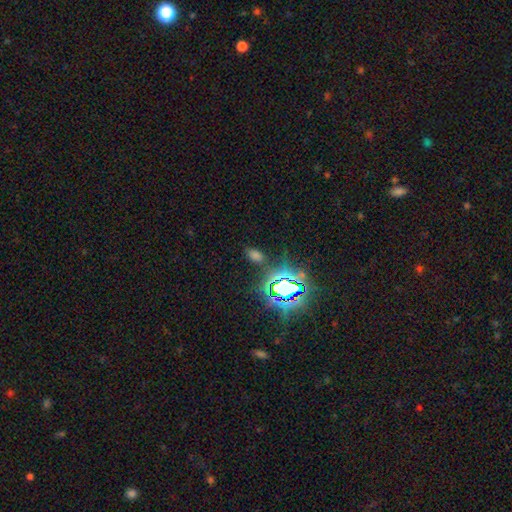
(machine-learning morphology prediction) Q: Smooth or featured?
A: smooth (52%); runner-up: star or artifact (41%)
Q: How rounded?
A: in between (83%); runner-up: round (12%)
Q: Merging?
A: none (80%); runner-up: minor disturbance (11%)